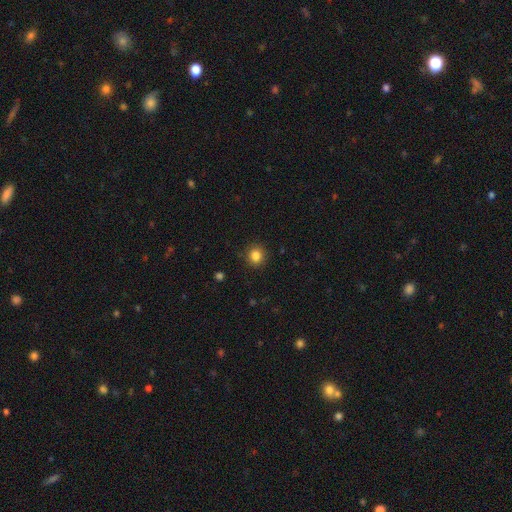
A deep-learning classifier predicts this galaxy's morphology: Overall: smooth (85%). How rounded: round (81%). Merging: none (89%).